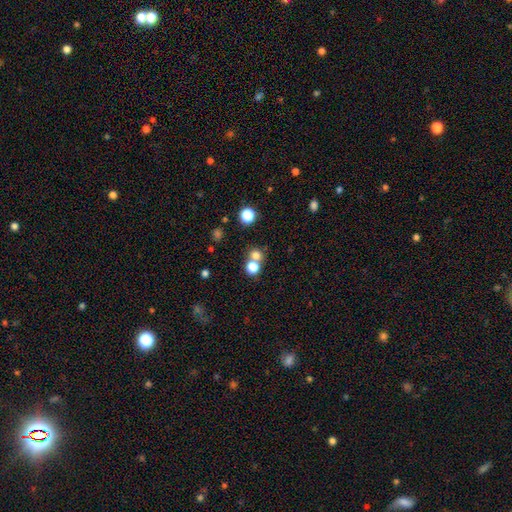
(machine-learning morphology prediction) A smooth galaxy with no disk features (75%) that is round (84%). Merging: none (55%).